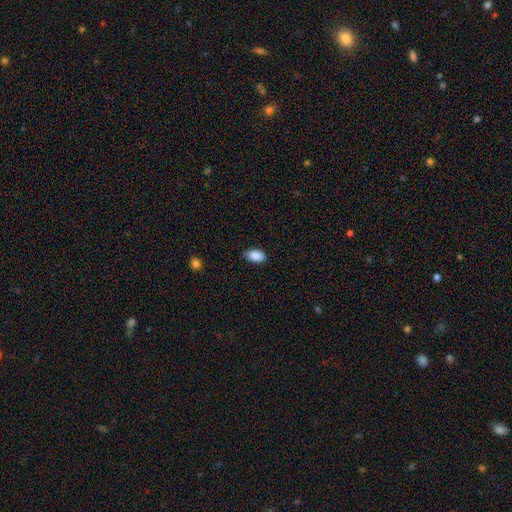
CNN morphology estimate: smooth-or-featured: smooth: 88% | star or artifact: 7% | featured or disk: 4%
  how-rounded: in between: 92% | round: 6% | cigar-shaped: 2%
  merging: none: 79% | minor disturbance: 18% | major disturbance: 3% | merger: 1%